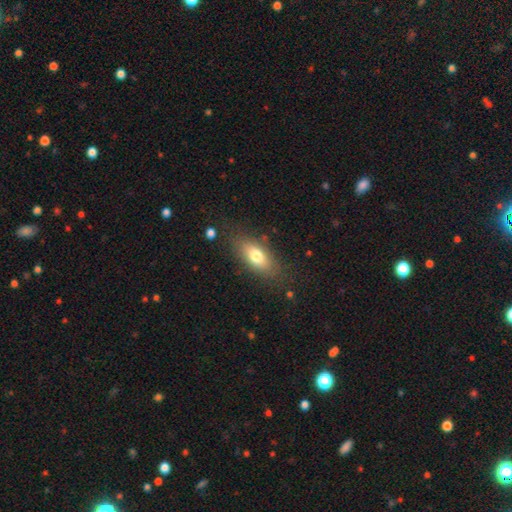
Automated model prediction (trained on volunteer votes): Smooth or featured? Predicted: smooth (p=0.74). How rounded? Predicted: in between (p=0.84). Merging? Predicted: none (p=0.79).